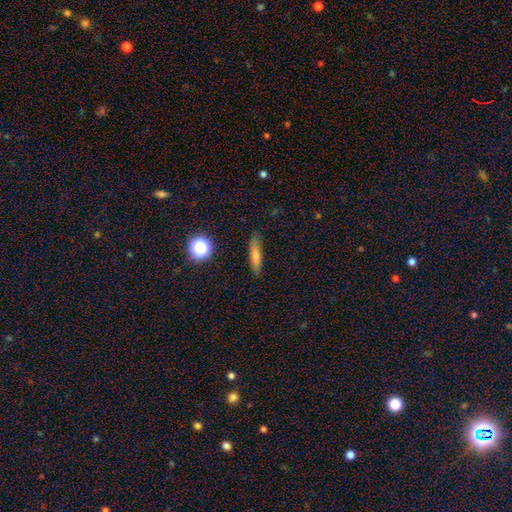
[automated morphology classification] Smooth or featured? smooth (70%)
How rounded? cigar-shaped (75%)
Merging? none (85%)